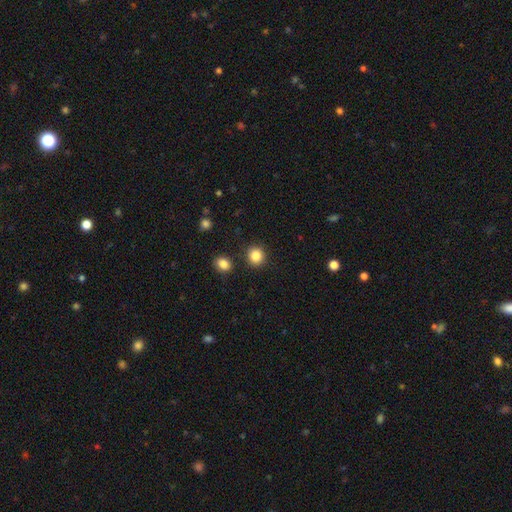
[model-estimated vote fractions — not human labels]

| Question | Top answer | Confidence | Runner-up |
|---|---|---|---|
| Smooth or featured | smooth | 86% | star or artifact (10%) |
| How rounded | round | 87% | in between (12%) |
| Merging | none | 87% | minor disturbance (7%) |